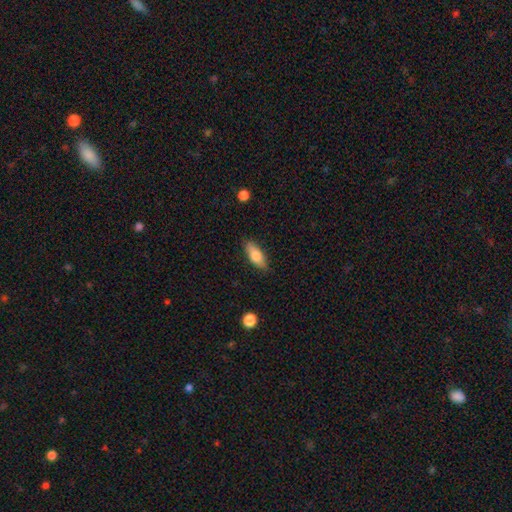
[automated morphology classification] Overall: smooth (77%). How rounded: in between (75%). Merging: none (84%).